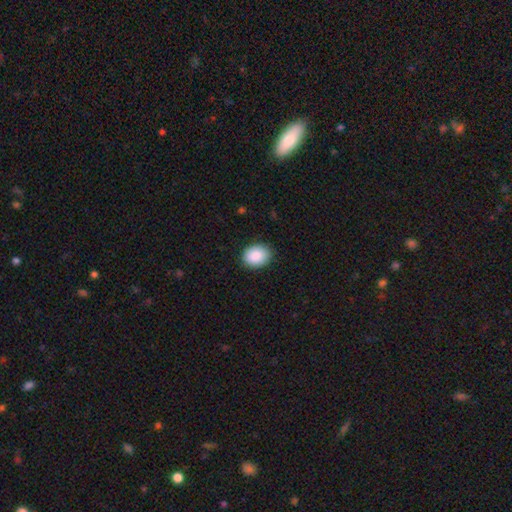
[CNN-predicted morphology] Overall: smooth (89%). How rounded: in between (56%; round 43%). Merging: none (88%).